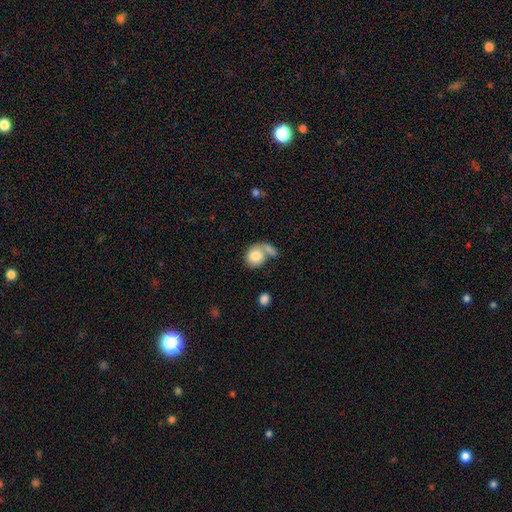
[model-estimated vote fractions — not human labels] smooth-or-featured: smooth: 79% | featured or disk: 15% | star or artifact: 7%
  how-rounded: round: 61% | in between: 38% | cigar-shaped: 1%
  merging: merger: 43% | none: 32% | minor disturbance: 13% | major disturbance: 12%